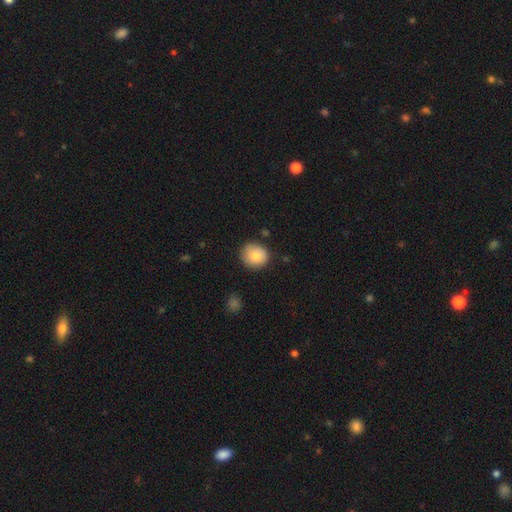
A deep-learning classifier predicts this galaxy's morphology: smooth-or-featured: smooth: 82% | featured or disk: 10% | star or artifact: 8%
  how-rounded: round: 84% | in between: 15% | cigar-shaped: 1%
  merging: none: 82% | minor disturbance: 14% | major disturbance: 3% | merger: 2%